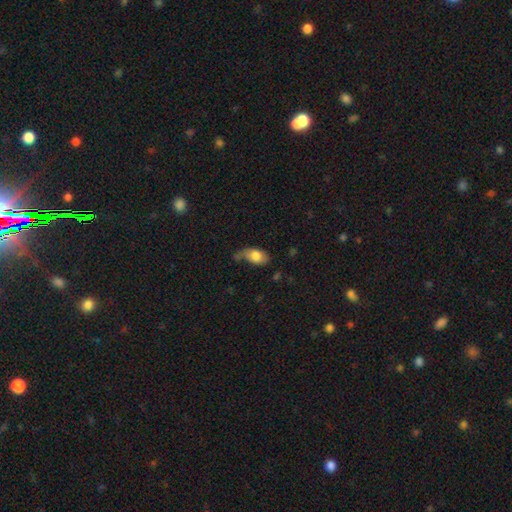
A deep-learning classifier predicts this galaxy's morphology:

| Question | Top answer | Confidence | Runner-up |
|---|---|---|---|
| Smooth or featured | smooth | 77% | featured or disk (15%) |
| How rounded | in between | 88% | round (9%) |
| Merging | none | 39% | minor disturbance (34%) |